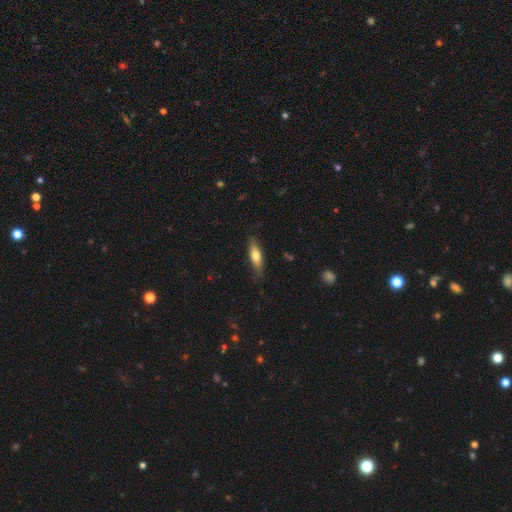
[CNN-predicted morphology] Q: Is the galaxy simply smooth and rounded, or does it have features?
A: smooth — 66%.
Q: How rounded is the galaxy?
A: cigar-shaped — 58%.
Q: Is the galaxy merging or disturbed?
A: none — 81%.